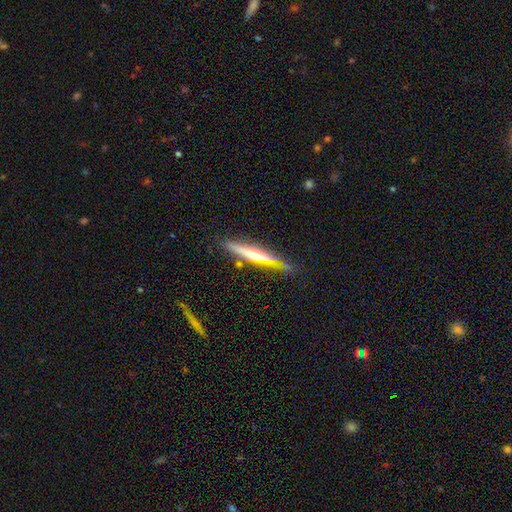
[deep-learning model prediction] smooth_or_featured: featured or disk (p=0.63) [alt: smooth p=0.30]
disk_edge_on: yes (p=0.94) [alt: no p=0.06]
edge_on_bulge: rounded (p=0.57) [alt: none p=0.31]
merging: none (p=0.77) [alt: minor disturbance p=0.16]